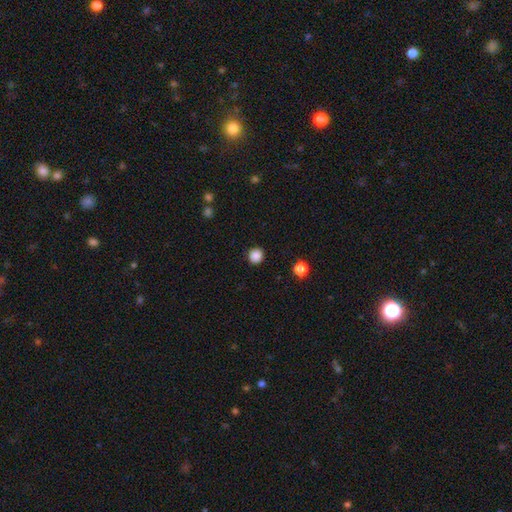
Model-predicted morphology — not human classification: The model was most divided on "smooth or featured": smooth: 87%, star or artifact: 11%, featured or disk: 3%. More confident: merging — none (91%); how rounded — round (90%).